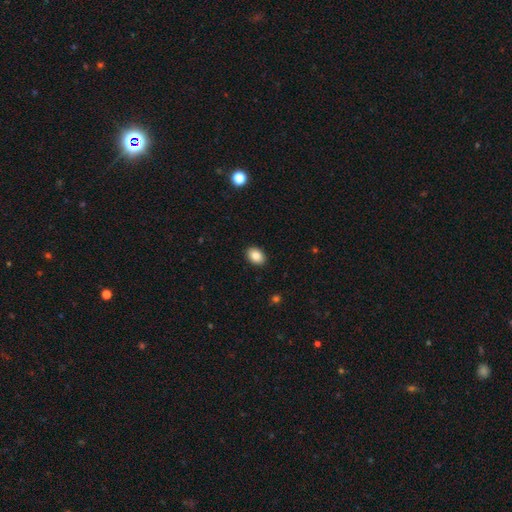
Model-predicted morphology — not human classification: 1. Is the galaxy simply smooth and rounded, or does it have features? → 86% smooth, 8% star or artifact, 6% featured or disk.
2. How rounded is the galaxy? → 78% in between, 21% round, 1% cigar-shaped.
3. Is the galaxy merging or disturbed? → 90% none, 7% minor disturbance, 2% major disturbance, 1% merger.